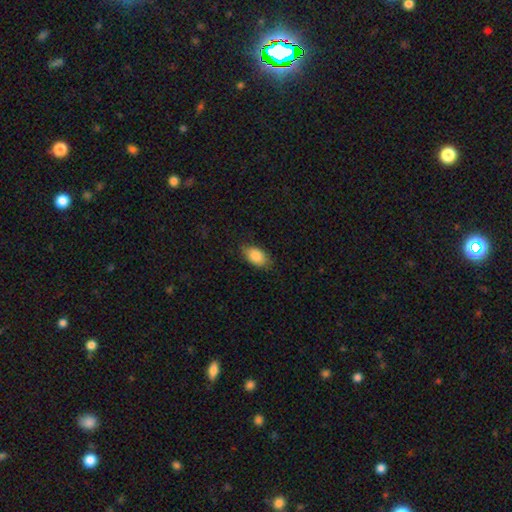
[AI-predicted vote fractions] Q: Smooth or featured?
A: smooth (84%); runner-up: featured or disk (9%)
Q: How rounded?
A: in between (91%); runner-up: round (7%)
Q: Merging?
A: none (77%); runner-up: minor disturbance (19%)